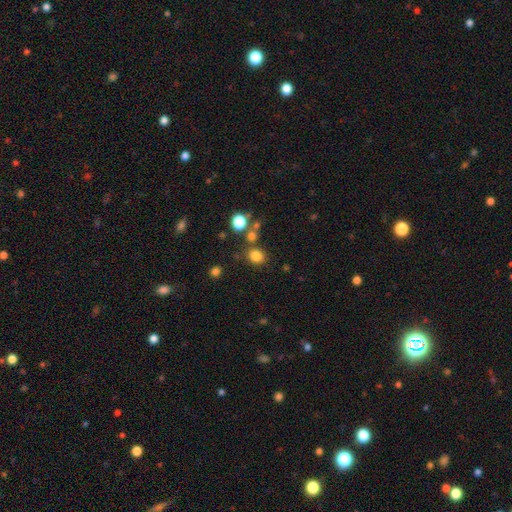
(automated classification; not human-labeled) Smooth or featured? smooth (80%)
How rounded? round (68%)
Merging? none (74%)